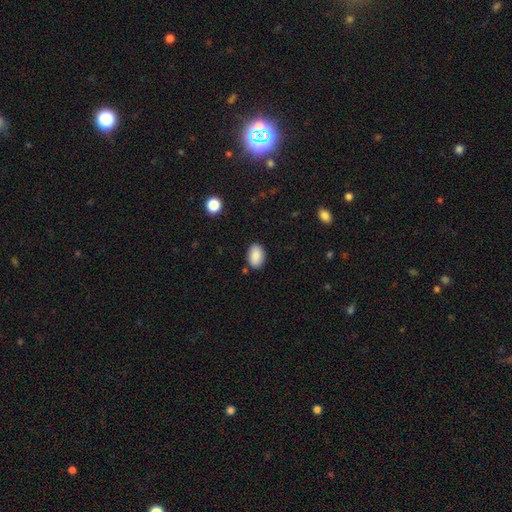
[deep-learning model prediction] Q: Smooth or featured?
A: smooth (87%); runner-up: star or artifact (7%)
Q: How rounded?
A: in between (87%); runner-up: round (12%)
Q: Merging?
A: none (85%); runner-up: minor disturbance (10%)